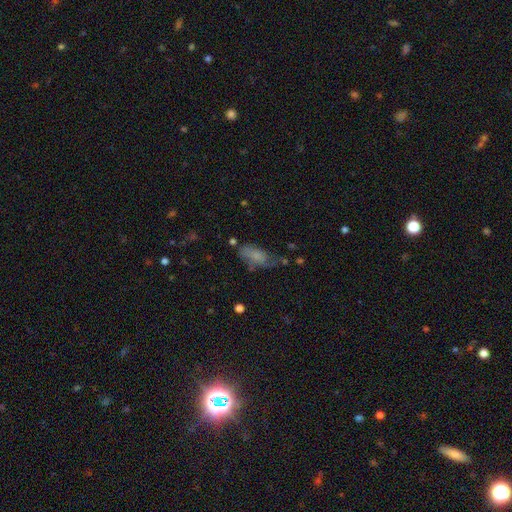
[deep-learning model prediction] smooth-or-featured: smooth: 67% | featured or disk: 22% | star or artifact: 11%
  how-rounded: in between: 84% | cigar-shaped: 12% | round: 4%
  merging: none: 40% | minor disturbance: 32% | major disturbance: 21% | merger: 6%